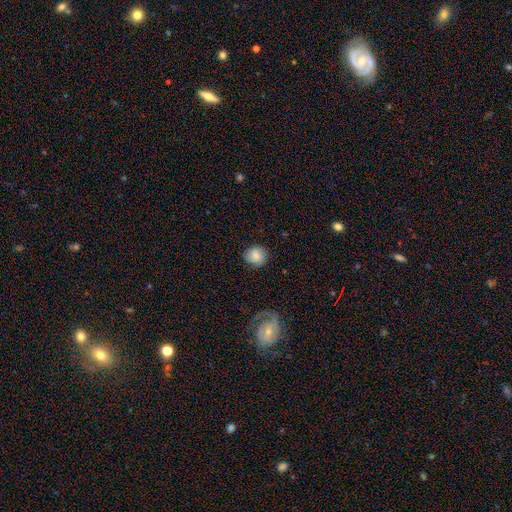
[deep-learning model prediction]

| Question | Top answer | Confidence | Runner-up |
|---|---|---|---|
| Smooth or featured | smooth | 75% | featured or disk (17%) |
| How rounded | round | 81% | in between (18%) |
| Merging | none | 79% | minor disturbance (15%) |